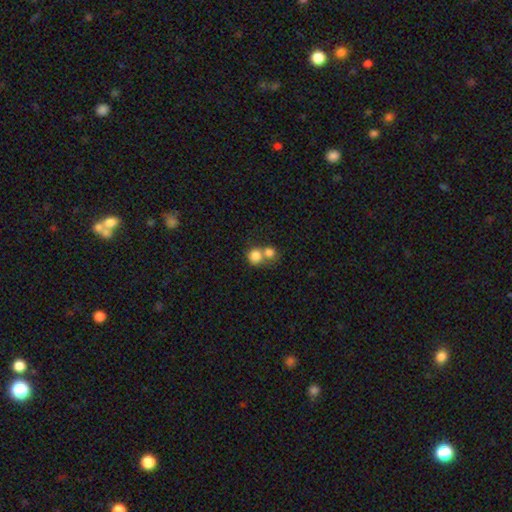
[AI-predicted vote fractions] This is clearly a smooth galaxy (80%). How rounded: clearly round (85%). Merging: possibly merger (55%).